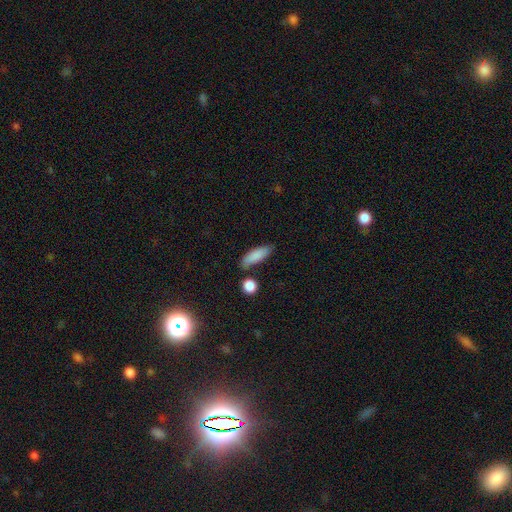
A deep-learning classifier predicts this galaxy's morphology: Overall: smooth (85%). How rounded: in between (59%; cigar-shaped 38%). Merging: none (72%).